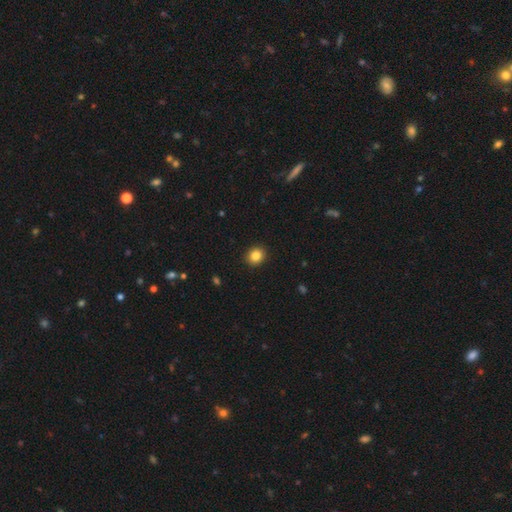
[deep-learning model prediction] Smooth or featured? Predicted: smooth (p=0.85). How rounded? Predicted: round (p=0.76). Merging? Predicted: none (p=0.92).